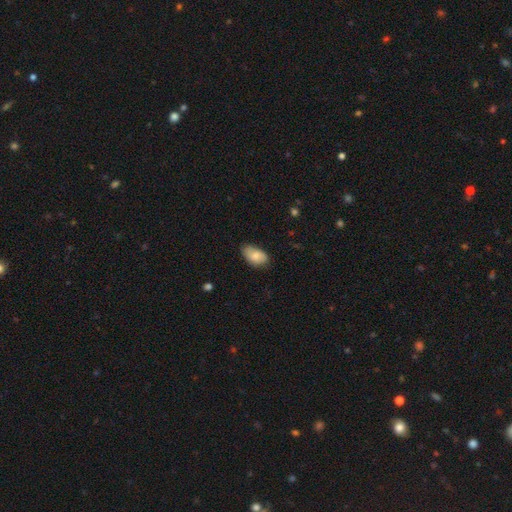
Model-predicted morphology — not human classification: The model was most divided on "merging": none: 64%, minor disturbance: 29%, major disturbance: 5%, merger: 1%. More confident: how rounded — in between (92%); smooth or featured — smooth (79%).